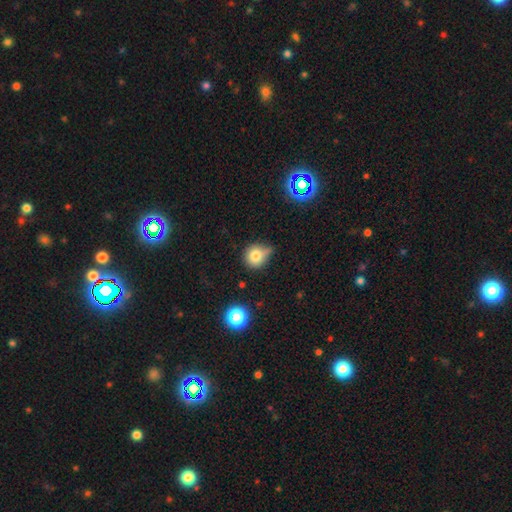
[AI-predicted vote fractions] Smooth or featured: smooth — 78% (star or artifact — 13%)
How rounded: round — 86% (in between — 13%)
Merging: none — 52% (minor disturbance — 31%)